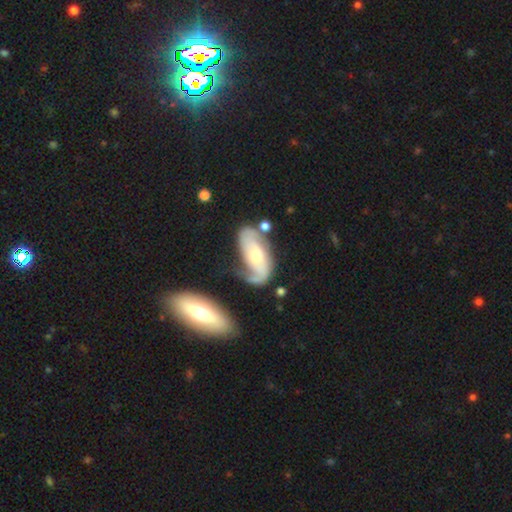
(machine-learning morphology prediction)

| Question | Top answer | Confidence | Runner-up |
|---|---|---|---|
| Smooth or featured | featured or disk | 73% | smooth (21%) |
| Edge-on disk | no | 93% | yes (7%) |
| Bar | no | 55% | weak (33%) |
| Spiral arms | yes | 88% | no (12%) |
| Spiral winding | loose | 39% | medium (36%) |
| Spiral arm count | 2 | 66% | 1 (19%) |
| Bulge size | moderate | 58% | small (32%) |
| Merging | none | 42% | minor disturbance (22%) |